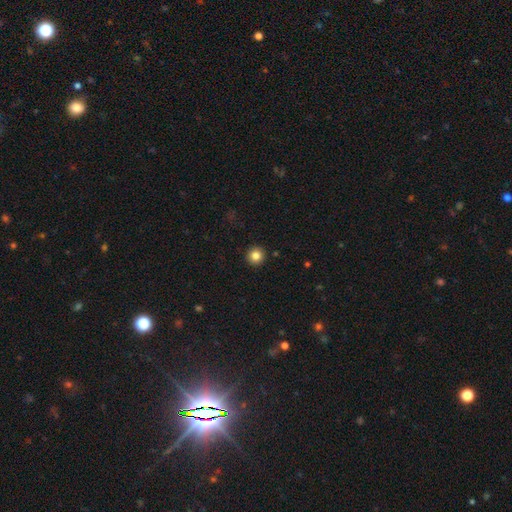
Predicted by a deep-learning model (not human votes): This appears to be a smooth galaxy with no disk features (84%) that is round (95%). Merging: none (93%).